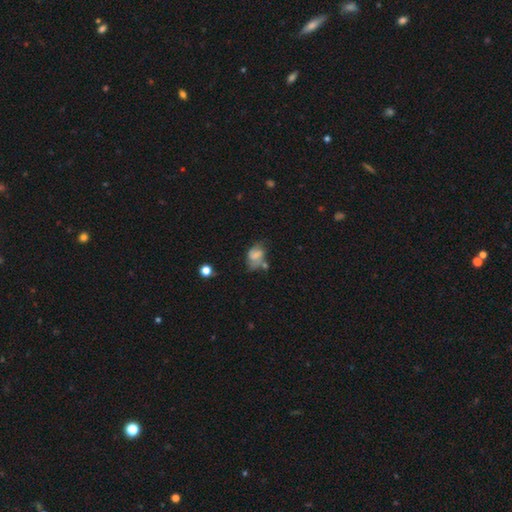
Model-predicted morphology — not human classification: Overall: smooth (54%; featured or disk 33%). How rounded: in between (78%). Merging: none (37%; minor disturbance 30%).